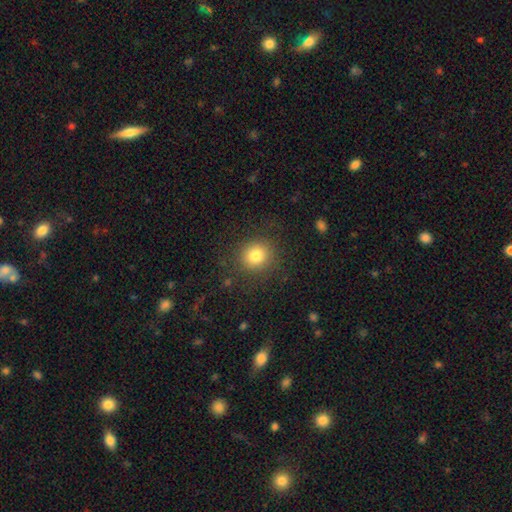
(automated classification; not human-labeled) smooth 80%, star or artifact 12%, featured or disk 8%. Down the decision tree: how rounded — round (89%); merging — none (87%).